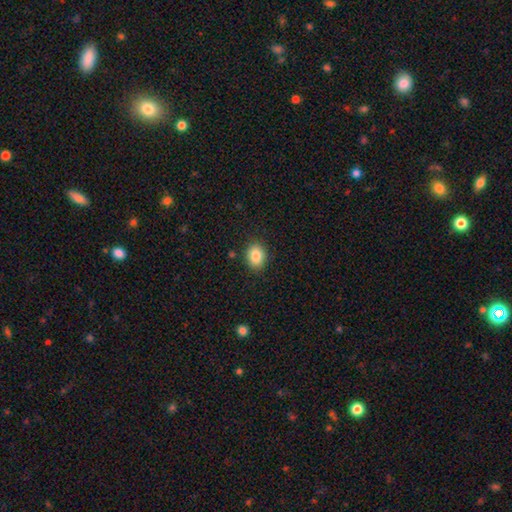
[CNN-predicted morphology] type=smooth (85%); roundness=in between (58%); merging=none (87%).